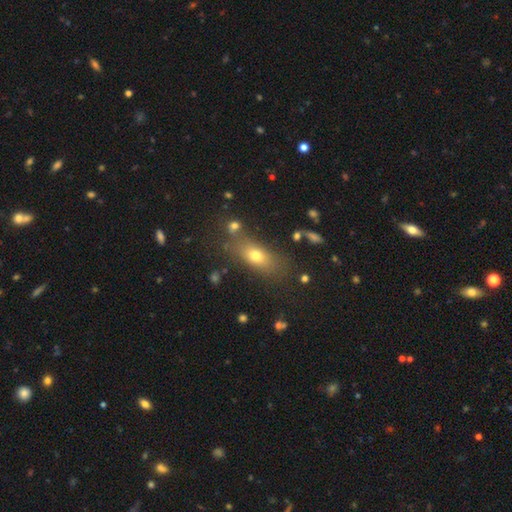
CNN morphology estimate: This appears to be a smooth galaxy with no disk features (70%) that is in between round and cigar-shaped (68%). Merging: none (72%).